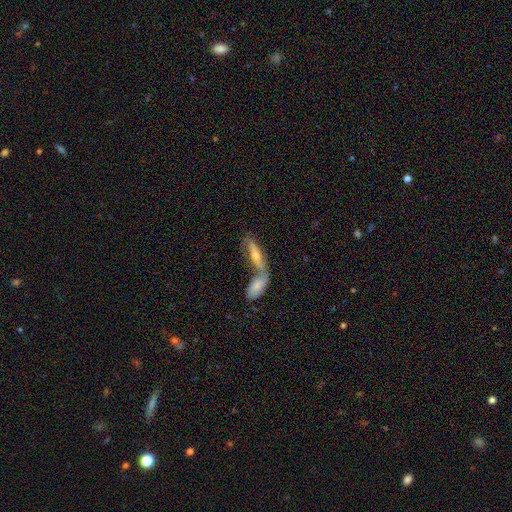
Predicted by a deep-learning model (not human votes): featured or disk 51%, smooth 41%, star or artifact 8%. Down the decision tree: edge-on disk — yes (65%); merging — merger (55%).